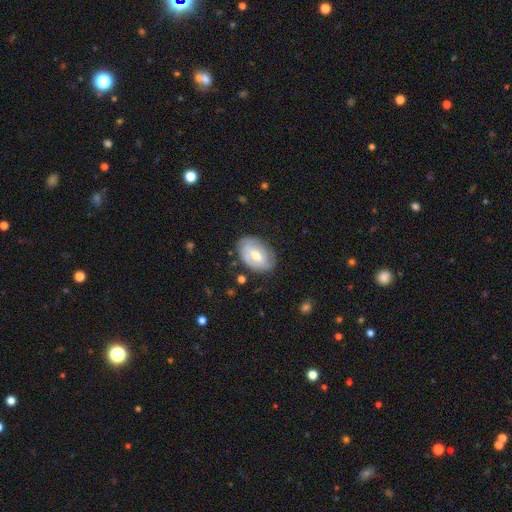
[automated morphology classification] Overall: featured or disk (55%; smooth 39%). Edge-on disk: no (94%). Bar: weak (50%; no 34%). Spiral arms: yes (67%; no 33%). Bulge size: moderate (64%; small 28%). Merging: none (74%).